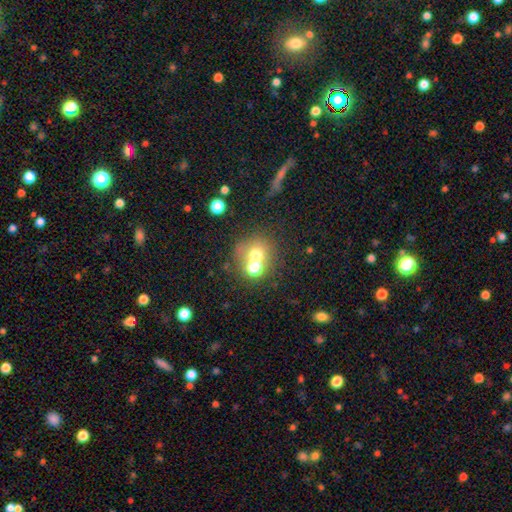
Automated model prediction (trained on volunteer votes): smooth-or-featured: smooth: 63% | star or artifact: 20% | featured or disk: 17%
  how-rounded: round: 84% | in between: 15% | cigar-shaped: 1%
  merging: none: 48% | merger: 36% | minor disturbance: 9% | major disturbance: 6%